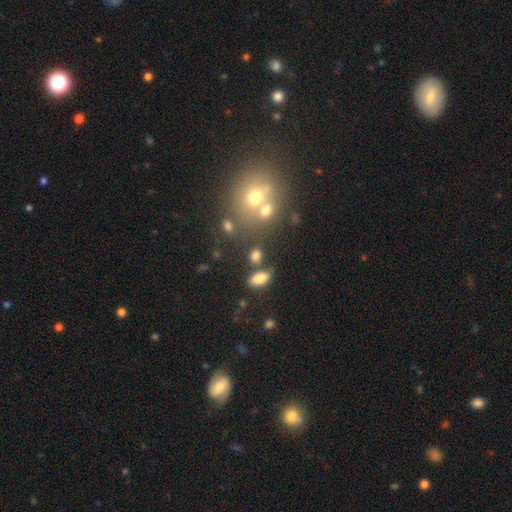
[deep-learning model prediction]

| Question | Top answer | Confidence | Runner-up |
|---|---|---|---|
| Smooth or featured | smooth | 79% | star or artifact (12%) |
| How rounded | in between | 80% | round (17%) |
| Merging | none | 67% | merger (15%) |